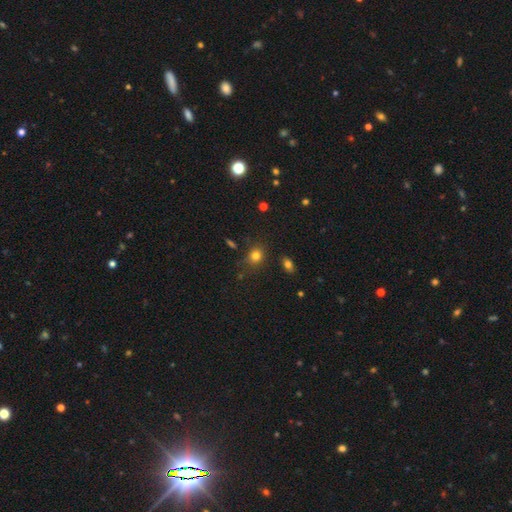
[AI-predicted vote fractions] A smooth galaxy with no disk features (78%) that is round (65%). Merging: none (78%).